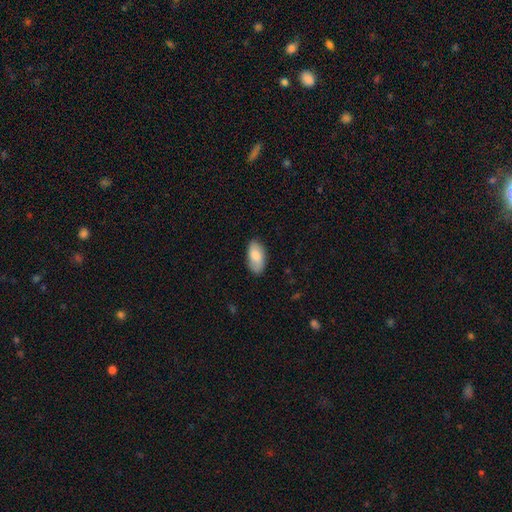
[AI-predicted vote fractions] smooth_or_featured: smooth (p=0.79) [alt: featured or disk p=0.15]
how_rounded: in between (p=0.94) [alt: cigar-shaped p=0.04]
merging: none (p=0.83) [alt: minor disturbance p=0.14]